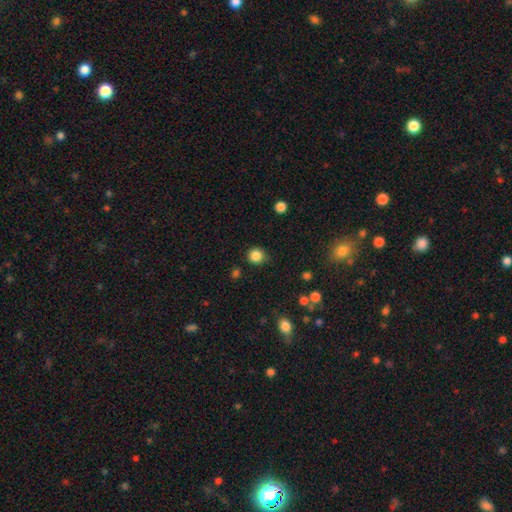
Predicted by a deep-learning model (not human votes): Q: Smooth or featured?
A: smooth (85%); runner-up: star or artifact (11%)
Q: How rounded?
A: round (90%); runner-up: in between (9%)
Q: Merging?
A: none (81%); runner-up: minor disturbance (14%)